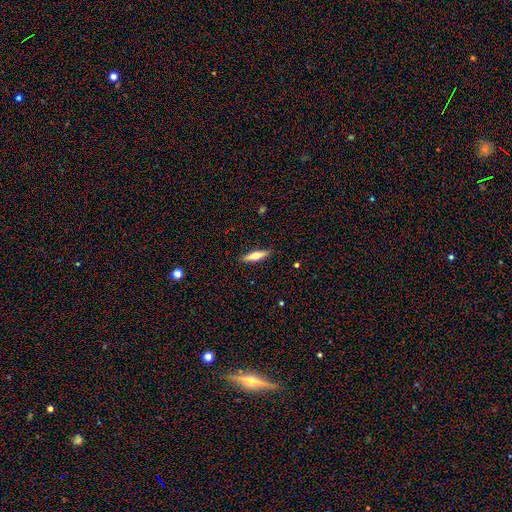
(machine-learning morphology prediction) Smooth or featured? Predicted: smooth (p=0.53). How rounded? Predicted: cigar-shaped (p=0.72). Merging? Predicted: none (p=0.90).